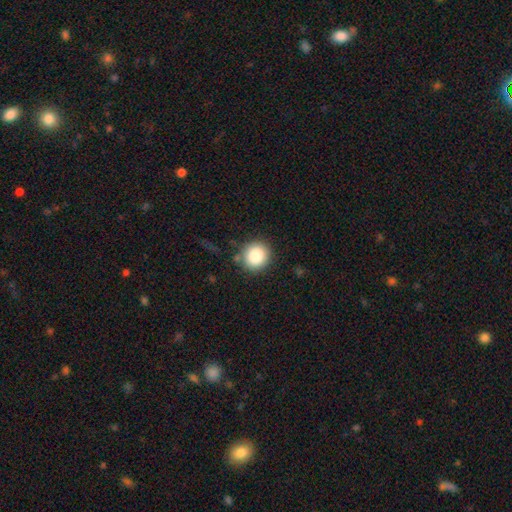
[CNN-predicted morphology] Smooth or featured? Predicted: smooth (p=0.85). How rounded? Predicted: round (p=0.90). Merging? Predicted: none (p=0.85).